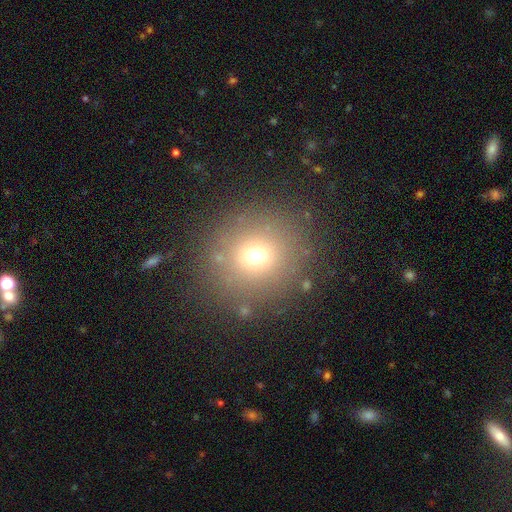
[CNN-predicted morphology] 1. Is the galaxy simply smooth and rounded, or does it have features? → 68% smooth, 21% star or artifact, 12% featured or disk.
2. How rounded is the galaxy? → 90% round, 9% in between, 1% cigar-shaped.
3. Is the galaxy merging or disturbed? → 84% none, 8% minor disturbance, 5% major disturbance, 3% merger.